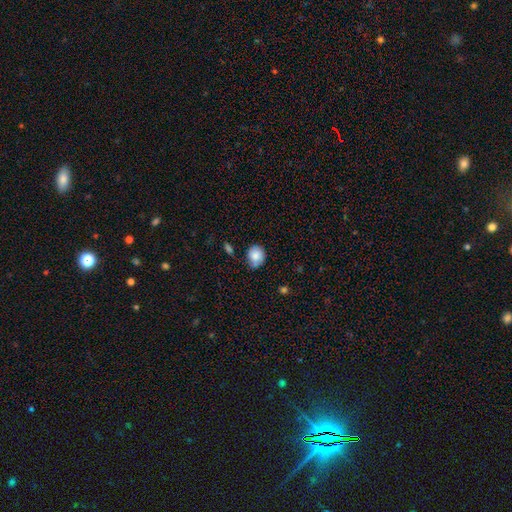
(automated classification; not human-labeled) A smooth galaxy with no disk features (80%) that is round (68%). Merging: none (61%).